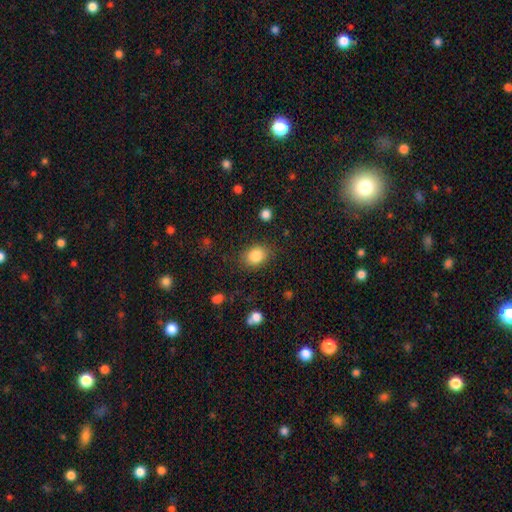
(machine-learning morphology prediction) Smooth or featured? Predicted: smooth (p=0.85). How rounded? Predicted: in between (p=0.58). Merging? Predicted: none (p=0.82).